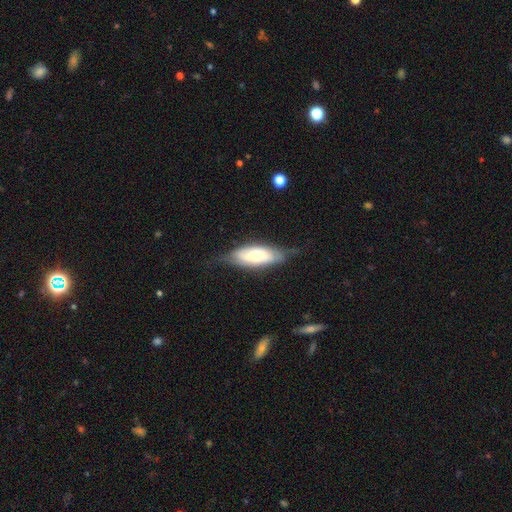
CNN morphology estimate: A smooth galaxy with no disk features (52%) that is in between round and cigar-shaped (75%). Merging: none (60%).